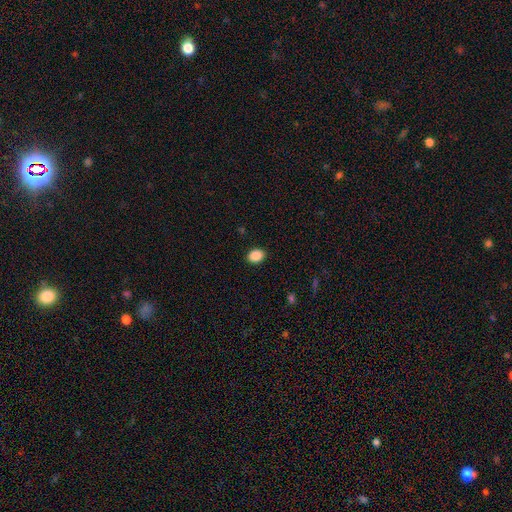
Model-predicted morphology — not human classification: Q: Smooth or featured?
A: smooth (89%); runner-up: star or artifact (8%)
Q: How rounded?
A: in between (61%); runner-up: round (38%)
Q: Merging?
A: none (90%); runner-up: minor disturbance (7%)